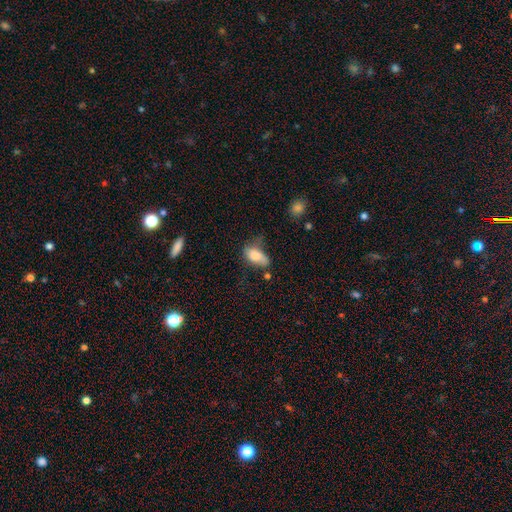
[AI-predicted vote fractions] Smooth or featured? Predicted: smooth (p=0.76). How rounded? Predicted: in between (p=0.91). Merging? Predicted: minor disturbance (p=0.35).